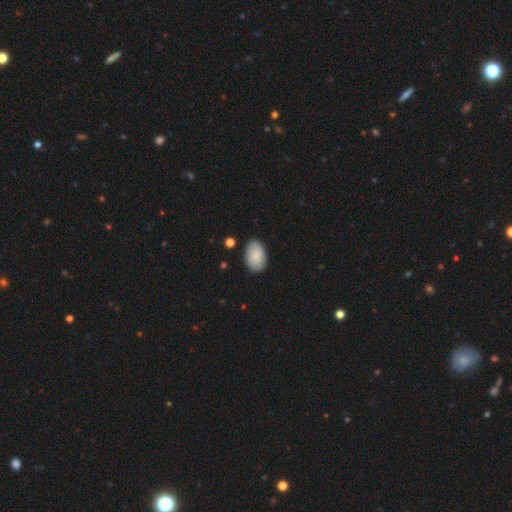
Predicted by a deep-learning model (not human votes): A smooth galaxy with no disk features (86%) that is in between round and cigar-shaped (90%). Merging: none (85%).